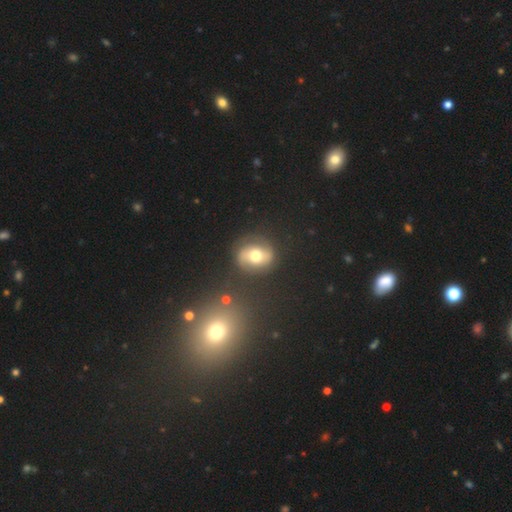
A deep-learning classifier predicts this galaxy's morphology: type=featured or disk (51%); edge-on=no (96%); merging=none (79%).